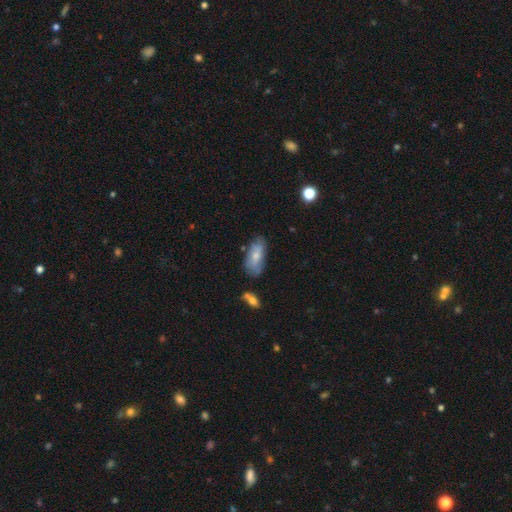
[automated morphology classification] Smooth or featured?
  - smooth: 65% *
  - featured or disk: 28%
  - star or artifact: 7%
How rounded?
  - in between: 86% *
  - cigar-shaped: 12%
  - round: 3%
Merging?
  - none: 64% *
  - minor disturbance: 25%
  - major disturbance: 7%
  - merger: 5%